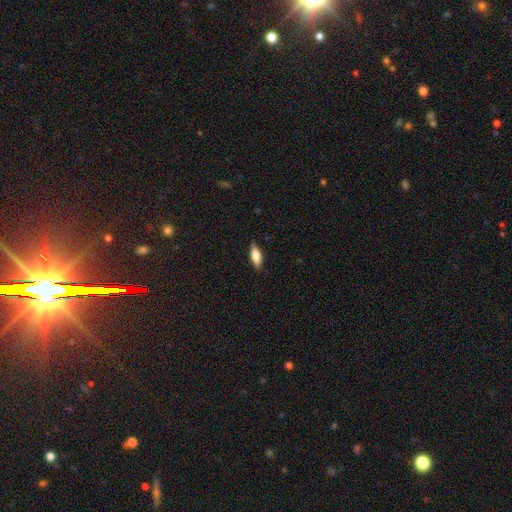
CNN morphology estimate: smooth-or-featured: smooth: 74% | featured or disk: 20% | star or artifact: 6%
  how-rounded: in between: 63% | cigar-shaped: 35% | round: 2%
  merging: none: 86% | minor disturbance: 11% | major disturbance: 2% | merger: 1%